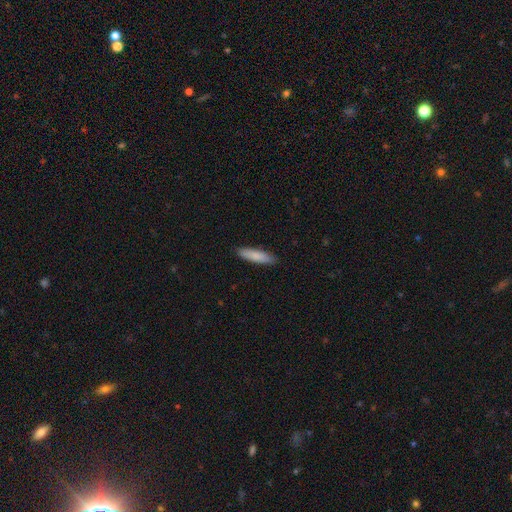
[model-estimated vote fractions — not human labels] Morphology: type=smooth (83%); roundness=cigar-shaped (73%); merging=none (90%).